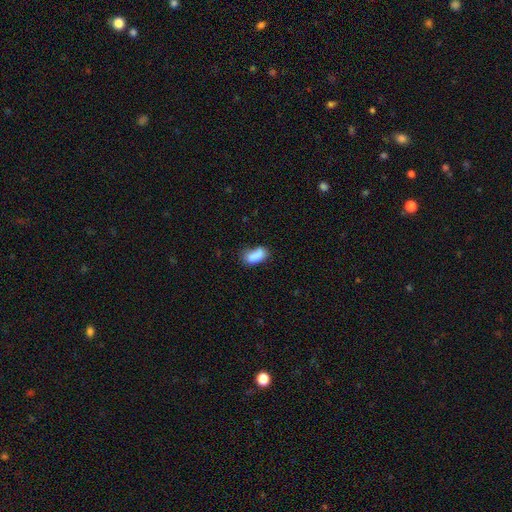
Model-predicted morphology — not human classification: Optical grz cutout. It shows a smooth galaxy with no disk features (85%) that is in between round and cigar-shaped (90%). Merging: none (56%).